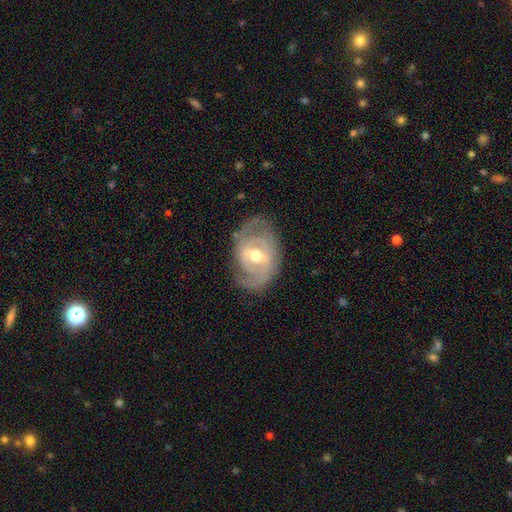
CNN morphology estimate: Smooth or featured? Predicted: featured or disk (p=0.84). Edge-on disk? Predicted: no (p=0.95). Bar? Predicted: weak (p=0.47). Spiral arms? Predicted: yes (p=0.89). Spiral winding? Predicted: tight (p=0.53). Spiral arm count? Predicted: 2 (p=0.57). Bulge size? Predicted: moderate (p=0.72). Merging? Predicted: none (p=0.71).